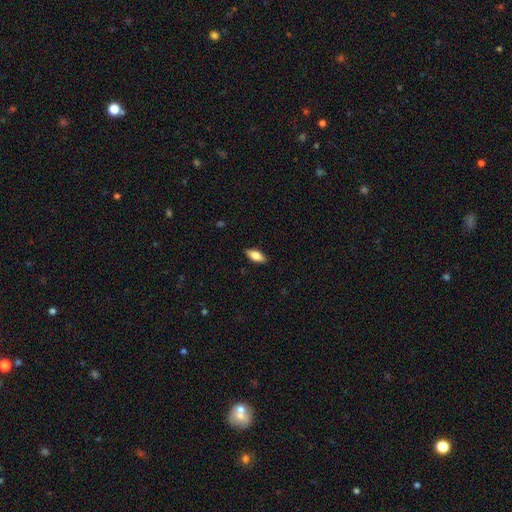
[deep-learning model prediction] Smooth or featured?
  - smooth: 74% *
  - featured or disk: 20%
  - star or artifact: 7%
How rounded?
  - in between: 83% *
  - cigar-shaped: 14%
  - round: 2%
Merging?
  - none: 88% *
  - minor disturbance: 9%
  - major disturbance: 2%
  - merger: 1%